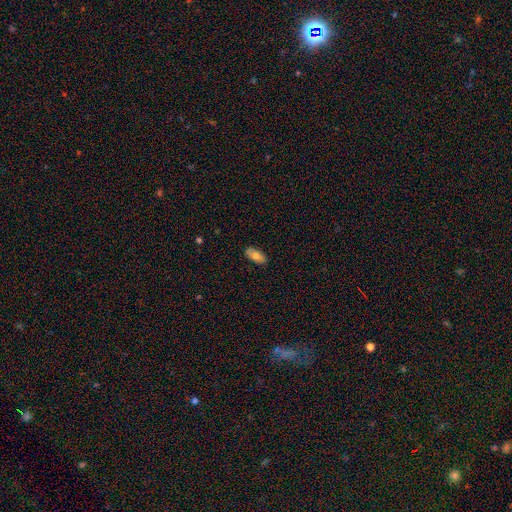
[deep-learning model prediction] Overall: smooth (72%). How rounded: in between (89%). Merging: none (88%).